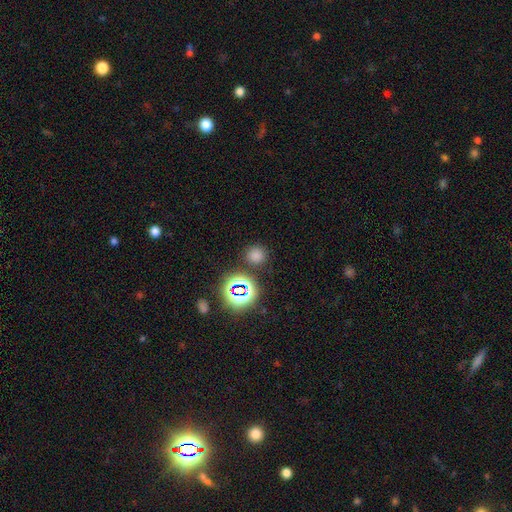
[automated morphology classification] type=smooth (69%); roundness=round (89%); merging=none (84%).